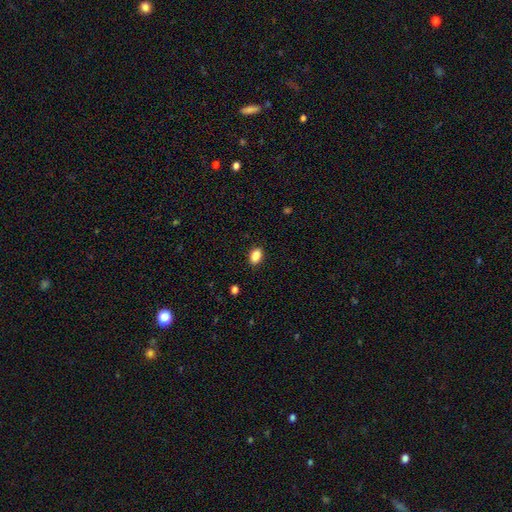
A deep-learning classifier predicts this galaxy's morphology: type=smooth (87%); roundness=in between (84%); merging=none (89%).